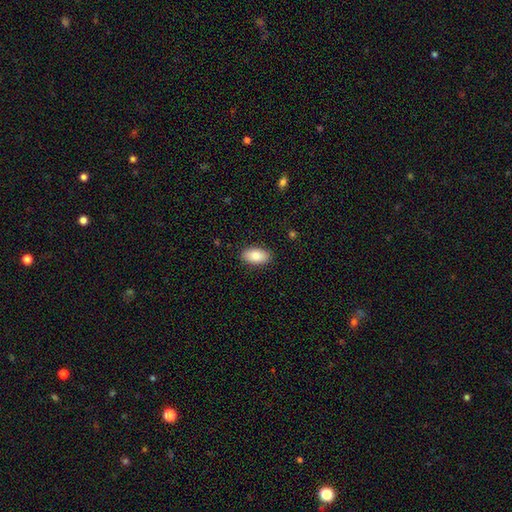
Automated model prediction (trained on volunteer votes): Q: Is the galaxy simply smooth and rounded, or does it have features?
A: smooth — 85%.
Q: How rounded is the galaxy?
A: in between — 94%.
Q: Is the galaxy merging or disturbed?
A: none — 89%.